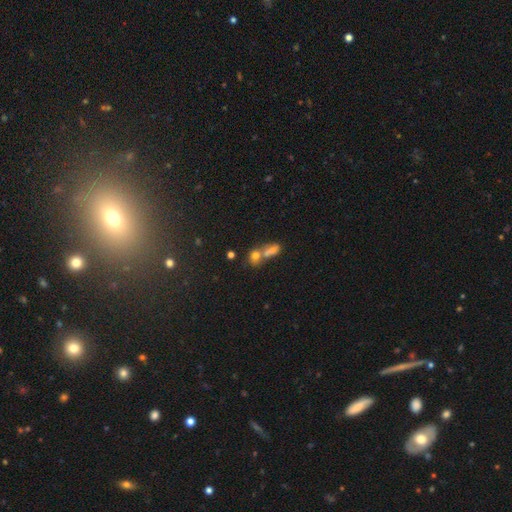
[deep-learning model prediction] This appears to be a smooth galaxy with no disk features (70%) that is round (60%). Merging: merger (57%).